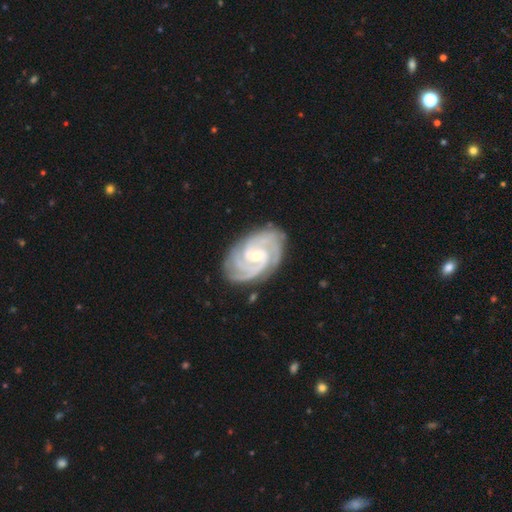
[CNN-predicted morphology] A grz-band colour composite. It shows a featured or disk galaxy (93%) with no bar (46%), 3 (40%) tight (71%) spiral arms (99%) and a small central bulge (58%). Merging: none (82%).